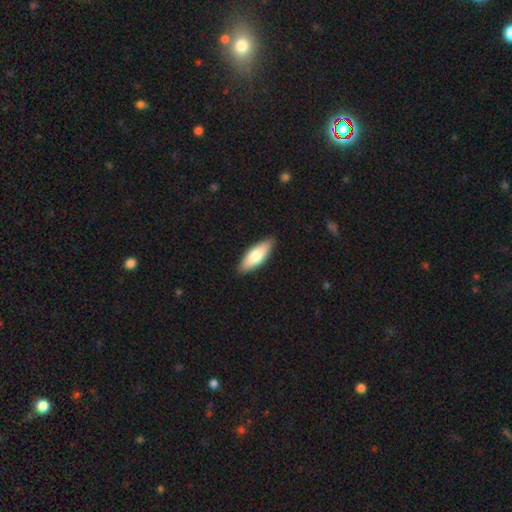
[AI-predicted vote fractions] smooth-or-featured: smooth: 73% | featured or disk: 21% | star or artifact: 5%
  how-rounded: in between: 67% | cigar-shaped: 31% | round: 2%
  merging: none: 88% | minor disturbance: 9% | major disturbance: 2% | merger: 1%